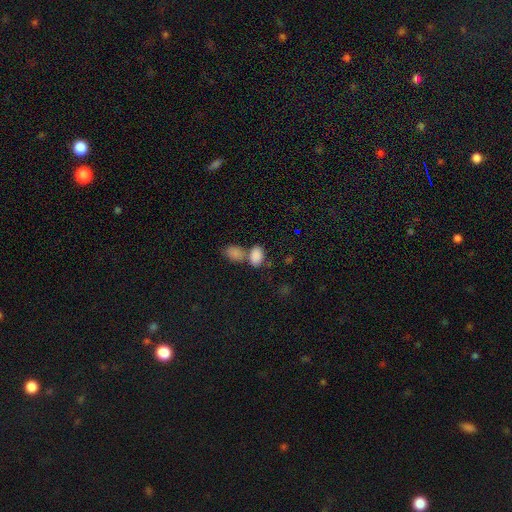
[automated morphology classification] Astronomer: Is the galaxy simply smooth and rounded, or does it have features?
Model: smooth — 86%.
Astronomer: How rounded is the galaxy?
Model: in between — 88%.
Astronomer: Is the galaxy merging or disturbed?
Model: merger — 45% (runner-up: none, 40%).